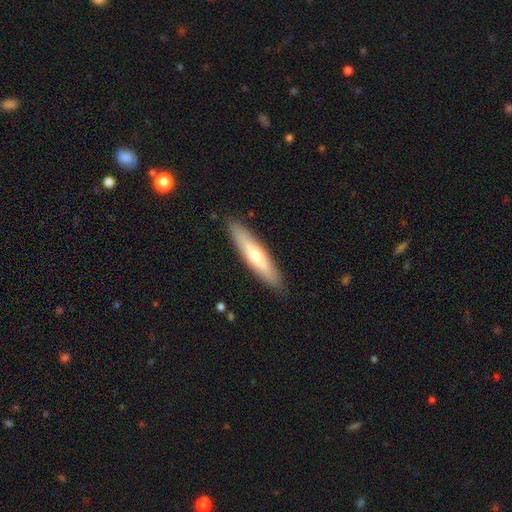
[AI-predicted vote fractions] The model was most divided on "smooth or featured": smooth: 52%, featured or disk: 42%, star or artifact: 6%. More confident: merging — none (89%); how rounded — cigar-shaped (81%).